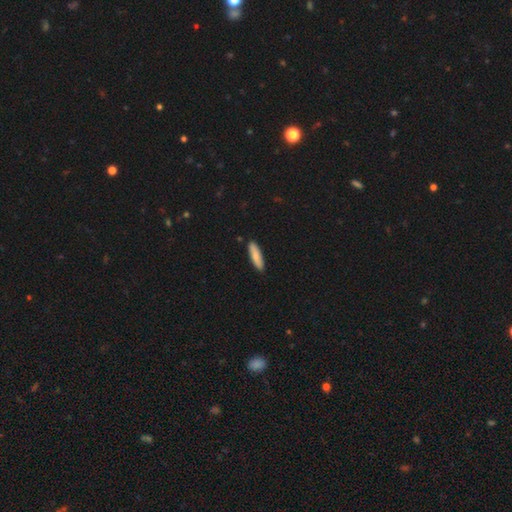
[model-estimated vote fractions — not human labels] Smooth or featured? Predicted: smooth (p=0.82). How rounded? Predicted: cigar-shaped (p=0.73). Merging? Predicted: none (p=0.89).